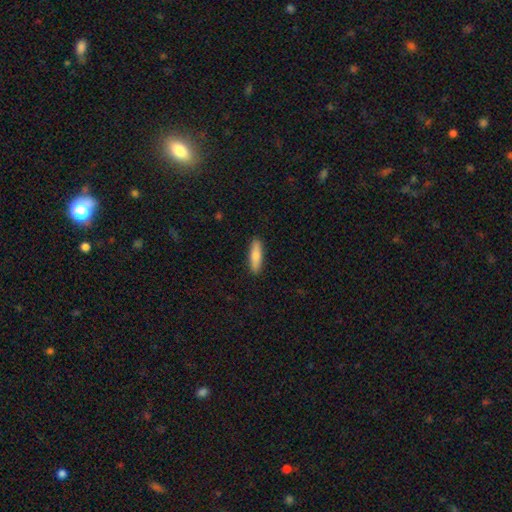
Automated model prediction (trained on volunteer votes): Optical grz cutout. It shows a smooth galaxy with no disk features (79%) that is cigar-shaped (61%). Merging: none (90%).